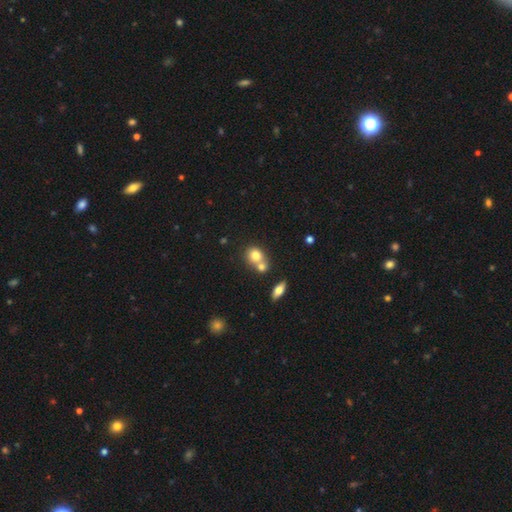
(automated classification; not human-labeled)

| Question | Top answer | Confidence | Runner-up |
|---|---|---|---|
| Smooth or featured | smooth | 77% | featured or disk (13%) |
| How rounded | round | 66% | in between (33%) |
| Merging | merger | 51% | none (38%) |